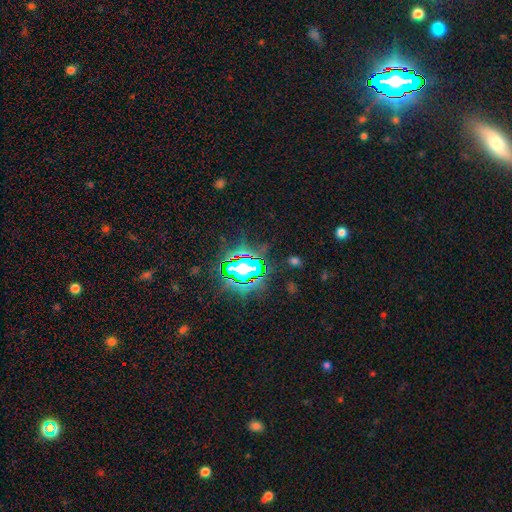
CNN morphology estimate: Smooth or featured? Predicted: star or artifact (p=0.82).